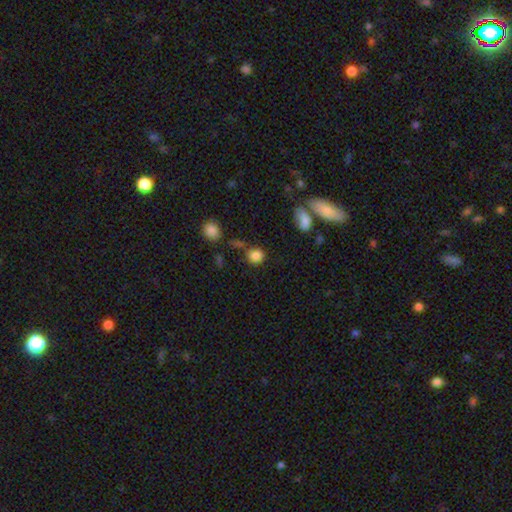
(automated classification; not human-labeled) Smooth or featured? Predicted: smooth (p=0.85). How rounded? Predicted: round (p=0.86). Merging? Predicted: none (p=0.74).